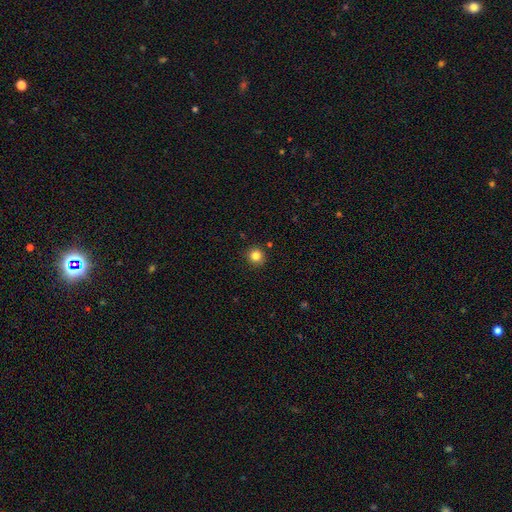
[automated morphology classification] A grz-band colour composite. It shows a smooth galaxy with no disk features (83%) that is round (93%). Merging: none (90%).